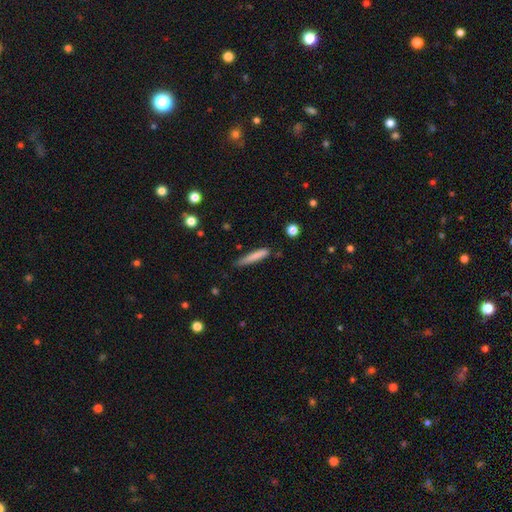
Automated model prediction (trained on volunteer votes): A smooth galaxy with no disk features (78%) that is cigar-shaped (92%).

Vote fractions:
- Smooth or featured? smooth: 78% / featured or disk: 15% / star or artifact: 6%
- How rounded? cigar-shaped: 92% / in between: 7% / round: 1%
- Merging? none: 70% / minor disturbance: 23% / major disturbance: 4% / merger: 3%